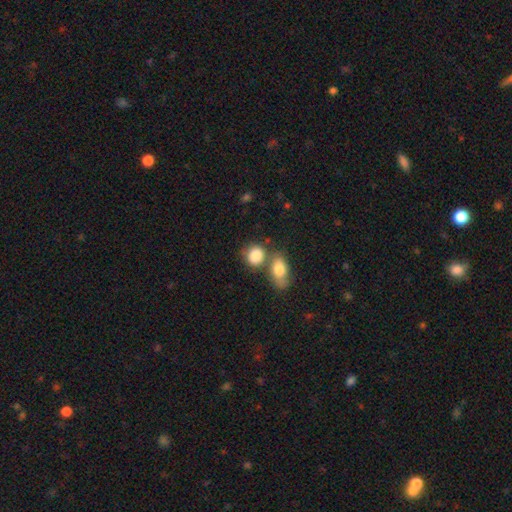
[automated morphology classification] A smooth galaxy with no disk features (85%) that is round (55%). Merging: none (46%).